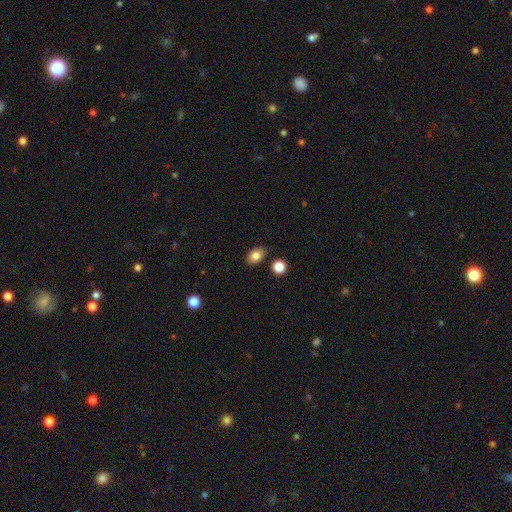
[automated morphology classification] Smooth or featured? Predicted: smooth (p=0.83). How rounded? Predicted: in between (p=0.77). Merging? Predicted: none (p=0.84).